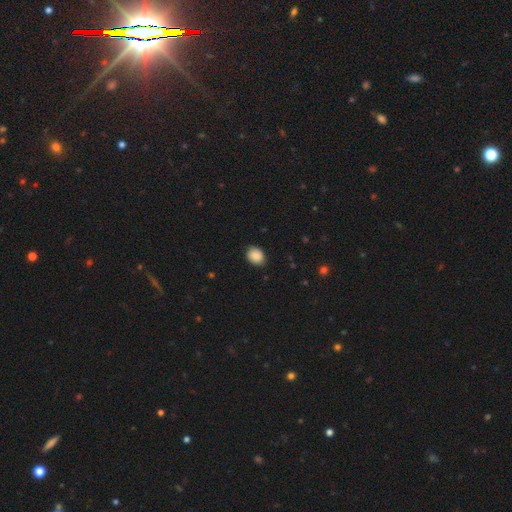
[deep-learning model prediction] smooth 88%, star or artifact 8%, featured or disk 5%. Down the decision tree: how rounded — in between (55%); merging — none (86%).